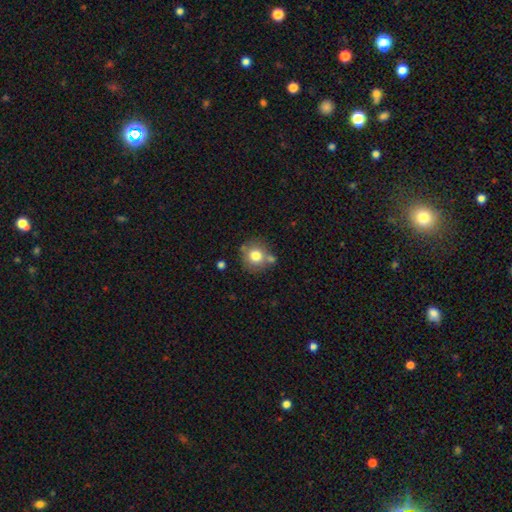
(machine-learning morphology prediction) smooth_or_featured: smooth (p=0.77) [alt: featured or disk p=0.13]
how_rounded: round (p=0.90) [alt: in between p=0.10]
merging: none (p=0.68) [alt: merger p=0.15]